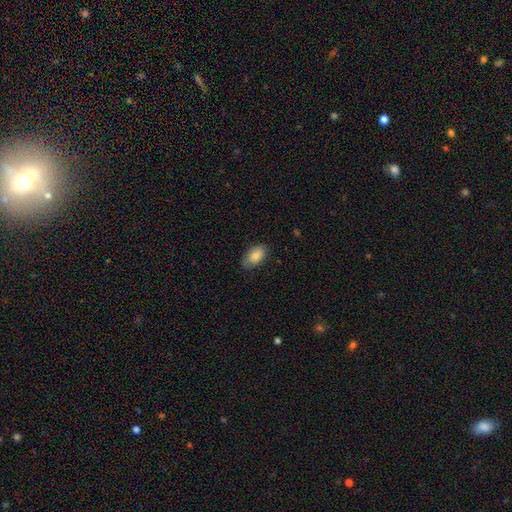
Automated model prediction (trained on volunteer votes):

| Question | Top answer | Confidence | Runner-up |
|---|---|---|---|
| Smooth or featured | smooth | 85% | featured or disk (8%) |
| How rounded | in between | 93% | round (5%) |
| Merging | none | 75% | minor disturbance (20%) |